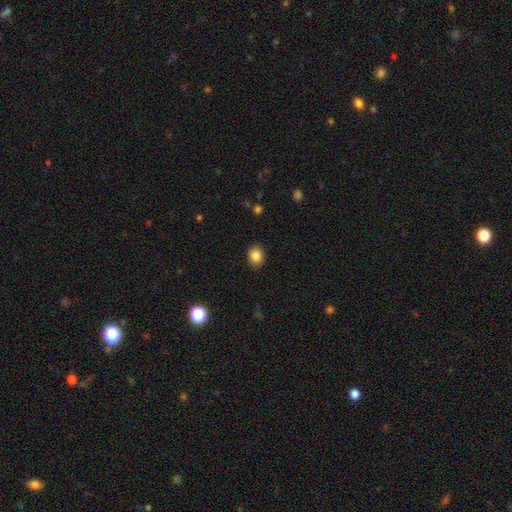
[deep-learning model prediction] smooth-or-featured: smooth: 86% | star or artifact: 10% | featured or disk: 5%
  how-rounded: round: 50% | in between: 49% | cigar-shaped: 1%
  merging: none: 88% | minor disturbance: 9% | major disturbance: 2% | merger: 1%